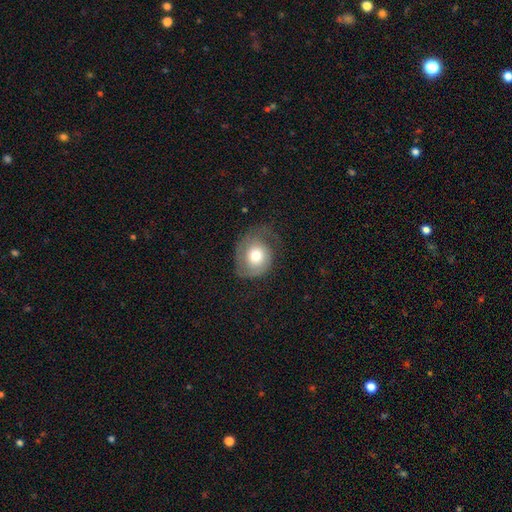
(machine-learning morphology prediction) type=smooth (47%); merging=none (47%).